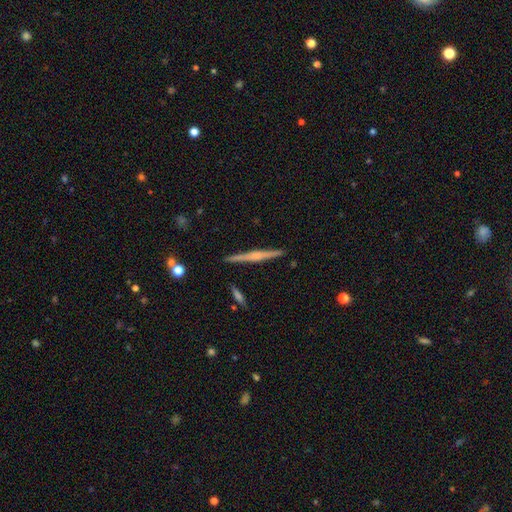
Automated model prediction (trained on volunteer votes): This appears to be a featured or disk galaxy (70%) viewed edge-on (98%) with a rounded central bulge (58%). Merging: none (91%).